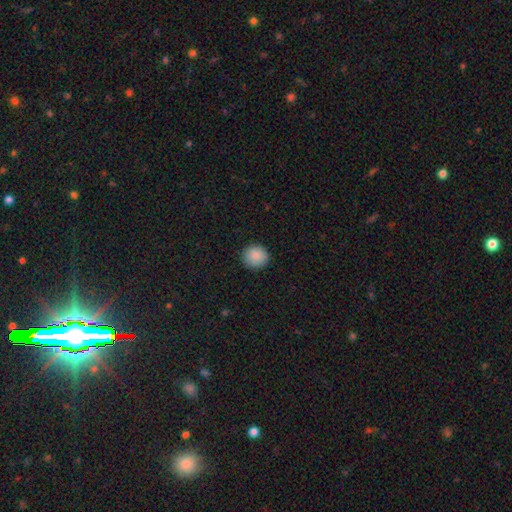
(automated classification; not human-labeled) smooth_or_featured: smooth (p=0.89) [alt: star or artifact p=0.08]
how_rounded: round (p=0.91) [alt: in between p=0.09]
merging: none (p=0.90) [alt: minor disturbance p=0.07]